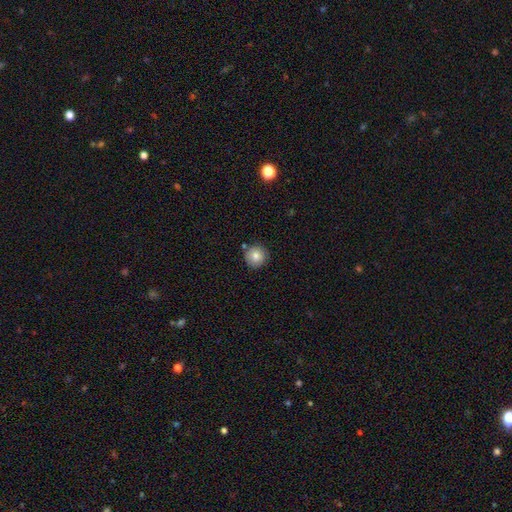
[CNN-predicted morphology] The model was most divided on "smooth or featured": smooth: 79%, featured or disk: 12%, star or artifact: 9%. More confident: how rounded — round (95%); merging — none (84%).